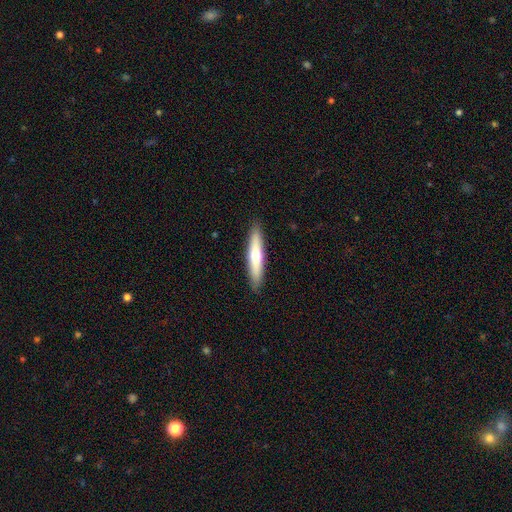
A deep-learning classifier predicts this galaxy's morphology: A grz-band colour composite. It shows a smooth galaxy with no disk features (57%) that is cigar-shaped (87%). Merging: none (90%).